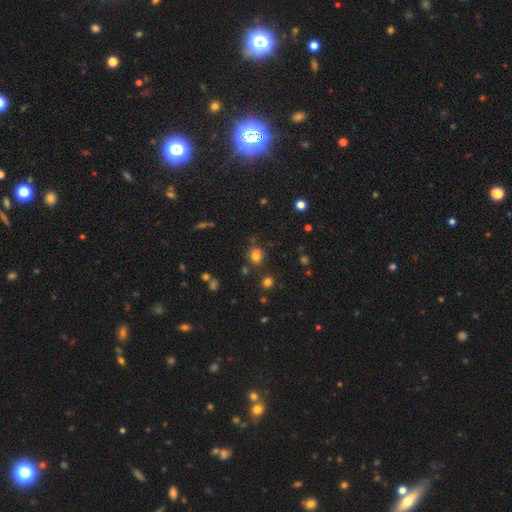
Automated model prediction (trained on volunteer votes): Morphology: type=smooth (72%); roundness=round (73%); merging=none (73%).